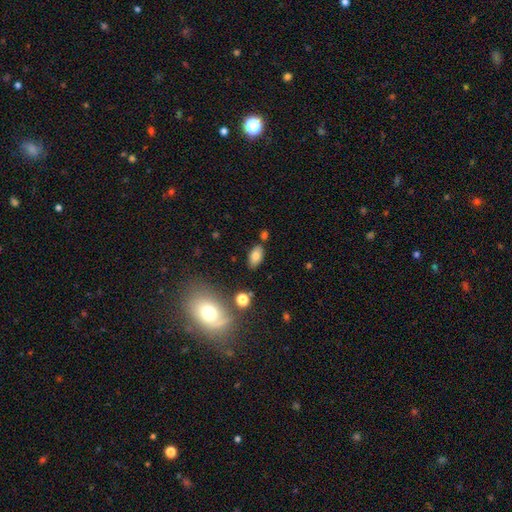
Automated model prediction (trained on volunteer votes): The model was most divided on "smooth or featured": smooth: 79%, featured or disk: 11%, star or artifact: 10%. More confident: how rounded — in between (91%); merging — none (80%).